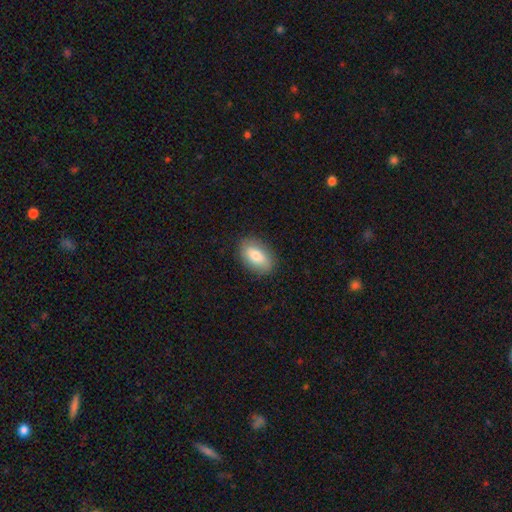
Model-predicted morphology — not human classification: This appears to be a smooth galaxy with no disk features (79%) that is in between round and cigar-shaped (91%). Merging: none (87%).